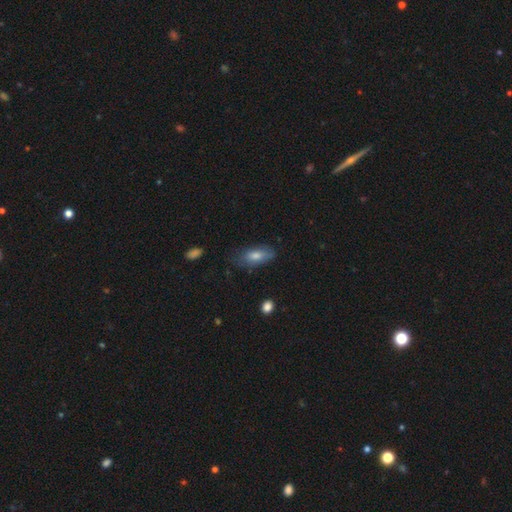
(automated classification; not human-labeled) Smooth or featured?
  - smooth: 69% *
  - featured or disk: 22%
  - star or artifact: 10%
How rounded?
  - in between: 78% *
  - cigar-shaped: 19%
  - round: 4%
Merging?
  - none: 70% *
  - minor disturbance: 23%
  - major disturbance: 6%
  - merger: 2%